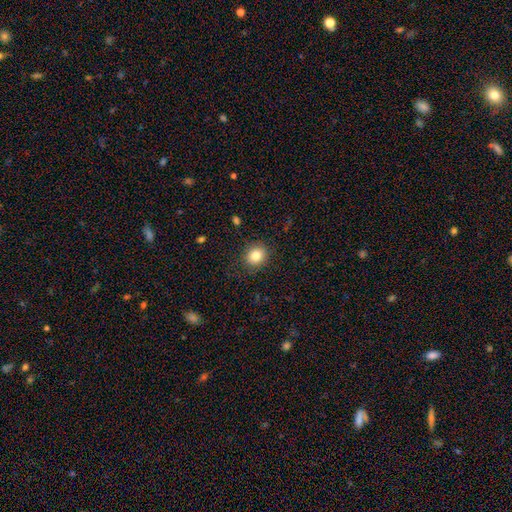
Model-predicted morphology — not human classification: Smooth or featured: smooth — 82% (star or artifact — 11%)
How rounded: round — 74% (in between — 25%)
Merging: none — 87% (minor disturbance — 9%)